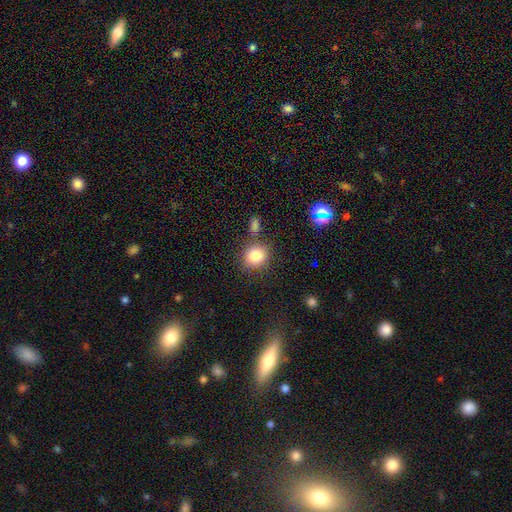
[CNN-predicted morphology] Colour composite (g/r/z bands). It shows a smooth galaxy with no disk features (83%) that is round (76%). Merging: none (74%).